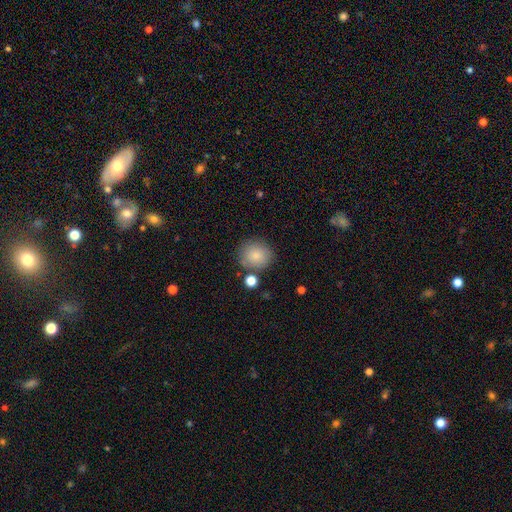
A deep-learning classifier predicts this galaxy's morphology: This appears to be a smooth galaxy with no disk features (84%) that is round (88%). Merging: none (79%).